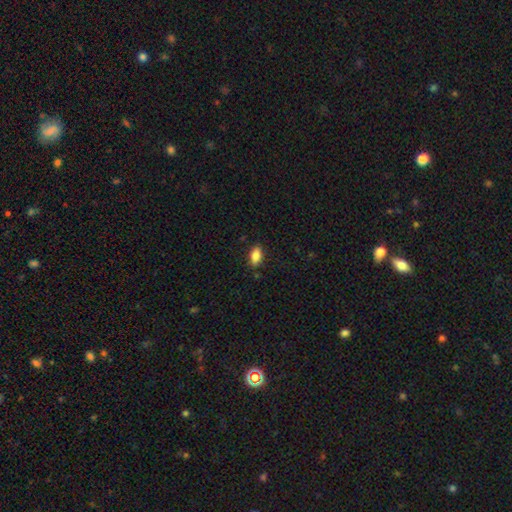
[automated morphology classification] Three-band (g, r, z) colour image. It shows a smooth galaxy with no disk features (85%) that is in between round and cigar-shaped (88%). Merging: none (85%).